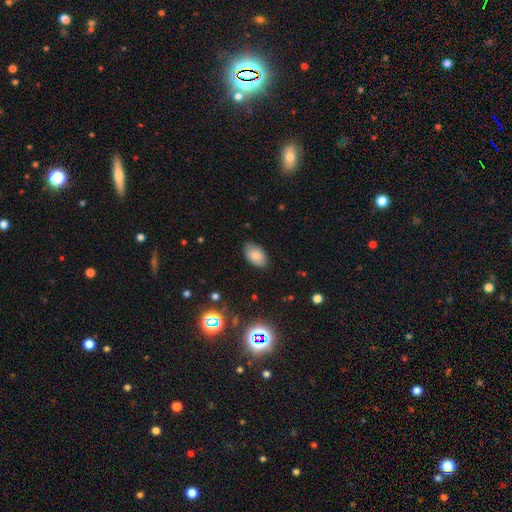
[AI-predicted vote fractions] Smooth or featured? smooth (82%)
How rounded? in between (93%)
Merging? none (84%)